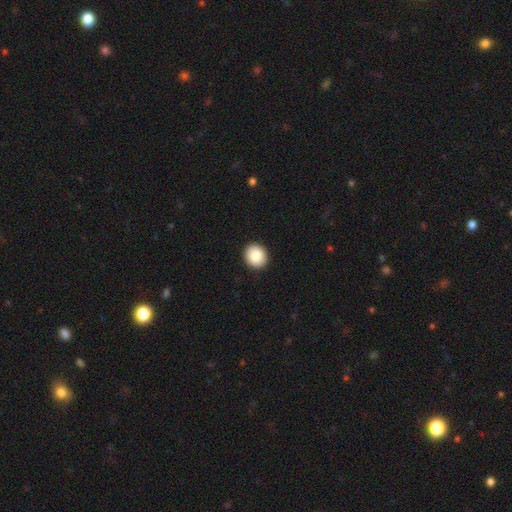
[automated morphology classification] smooth-or-featured: smooth: 85% | star or artifact: 8% | featured or disk: 7%
  how-rounded: round: 75% | in between: 24% | cigar-shaped: 1%
  merging: none: 92% | minor disturbance: 5% | major disturbance: 1% | merger: 1%